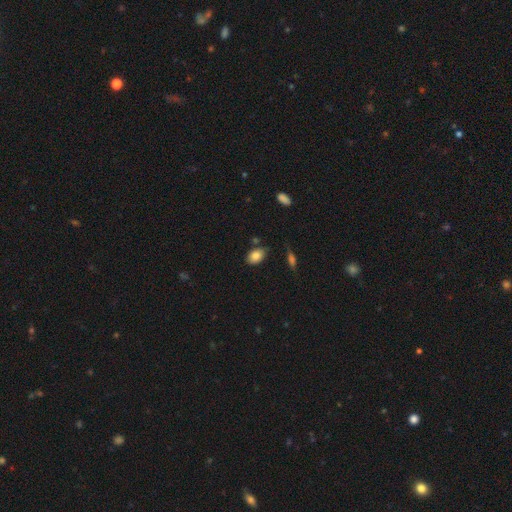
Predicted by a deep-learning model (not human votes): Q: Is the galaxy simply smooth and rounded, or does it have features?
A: smooth — 84%.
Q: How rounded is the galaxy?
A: in between — 87%.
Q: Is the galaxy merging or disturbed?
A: none — 77%.